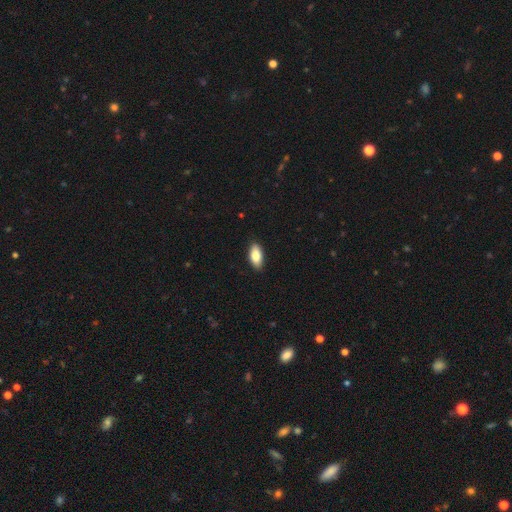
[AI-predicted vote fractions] This is clearly a smooth galaxy (86%). How rounded: clearly in between (90%). Merging: clearly none (88%).